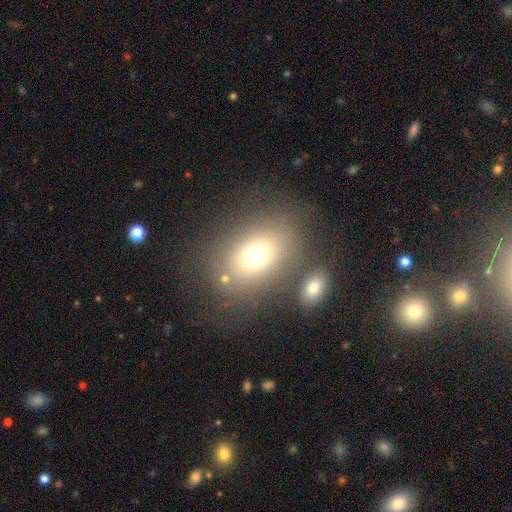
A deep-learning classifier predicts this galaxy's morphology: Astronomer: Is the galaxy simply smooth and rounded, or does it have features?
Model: smooth — 71%.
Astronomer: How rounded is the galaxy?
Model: in between — 69%.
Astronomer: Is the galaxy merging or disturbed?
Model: none — 69%.